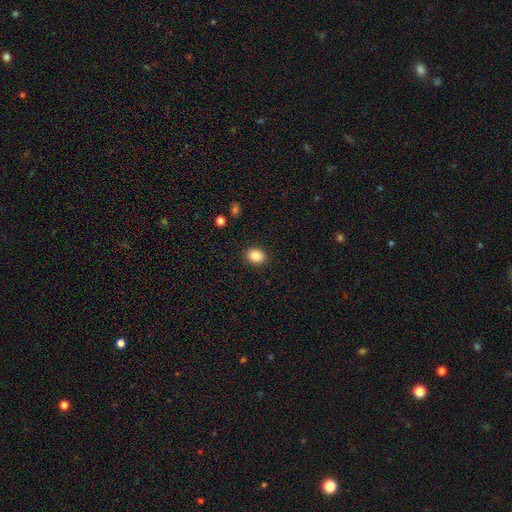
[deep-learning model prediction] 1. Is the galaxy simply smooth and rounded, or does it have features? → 87% smooth, 9% star or artifact, 4% featured or disk.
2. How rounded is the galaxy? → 58% in between, 41% round, 1% cigar-shaped.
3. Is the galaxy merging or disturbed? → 89% none, 8% minor disturbance, 2% major disturbance, 1% merger.